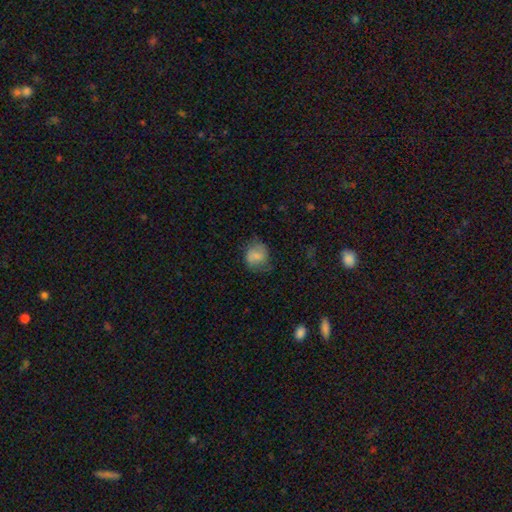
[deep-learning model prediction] This is likely a smooth galaxy (70%). How rounded: likely round (66%). Merging: likely none (60%).